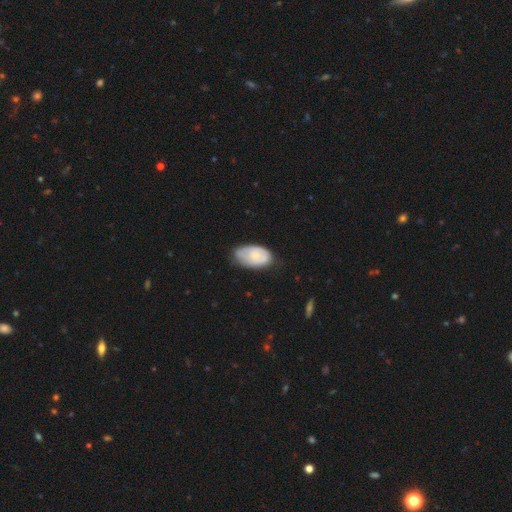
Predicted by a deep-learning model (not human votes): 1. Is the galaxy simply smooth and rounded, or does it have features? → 62% smooth, 32% featured or disk, 6% star or artifact.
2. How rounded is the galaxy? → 94% in between, 5% round, 2% cigar-shaped.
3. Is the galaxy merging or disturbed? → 55% none, 35% minor disturbance, 8% major disturbance, 2% merger.